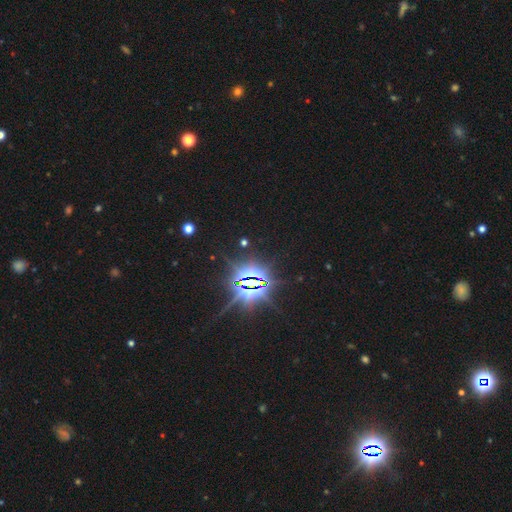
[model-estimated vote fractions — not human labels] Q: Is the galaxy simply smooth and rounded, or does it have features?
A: star or artifact — 85%.